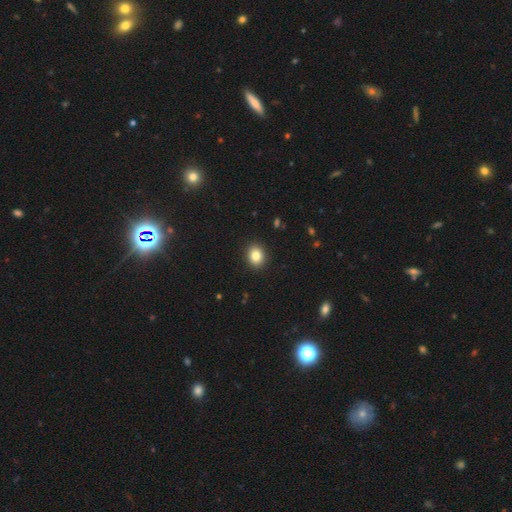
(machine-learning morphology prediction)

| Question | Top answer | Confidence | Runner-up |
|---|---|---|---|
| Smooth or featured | smooth | 84% | star or artifact (10%) |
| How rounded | round | 60% | in between (40%) |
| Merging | none | 92% | minor disturbance (6%) |